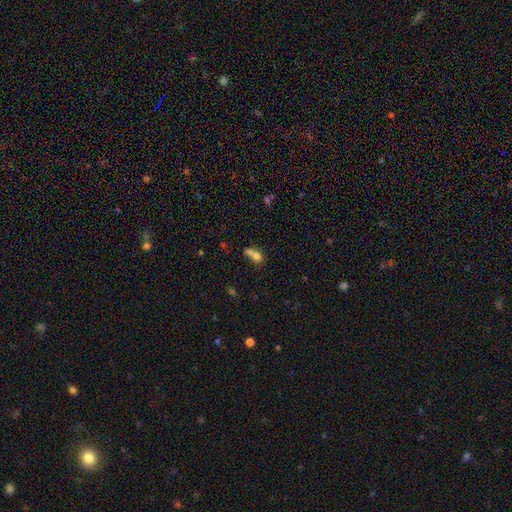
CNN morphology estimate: Smooth or featured?
  - smooth: 70% *
  - featured or disk: 16%
  - star or artifact: 13%
How rounded?
  - round: 58% *
  - in between: 40%
  - cigar-shaped: 2%
Merging?
  - merger: 62% *
  - none: 26%
  - minor disturbance: 7%
  - major disturbance: 4%